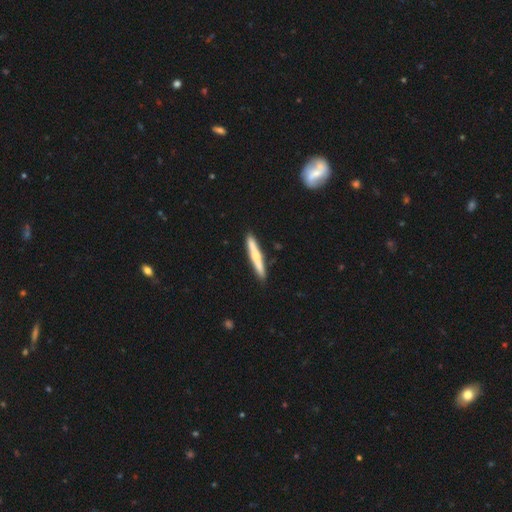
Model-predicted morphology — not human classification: A smooth galaxy with no disk features (54%) that is cigar-shaped (95%). Merging: none (90%).